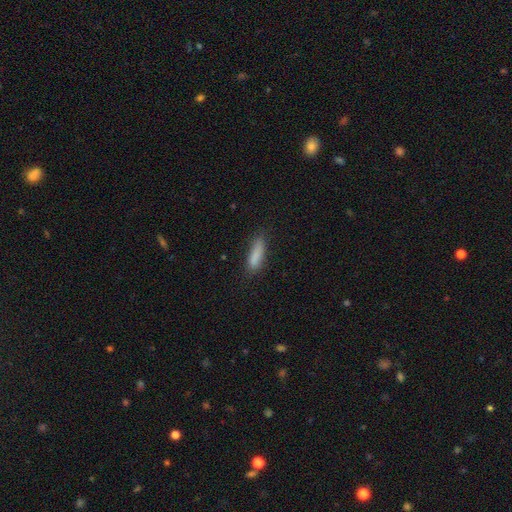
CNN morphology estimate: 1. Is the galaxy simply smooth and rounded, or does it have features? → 84% smooth, 8% featured or disk, 8% star or artifact.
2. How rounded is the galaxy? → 63% cigar-shaped, 36% in between, 2% round.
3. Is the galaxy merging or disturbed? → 73% none, 20% minor disturbance, 5% major disturbance, 2% merger.